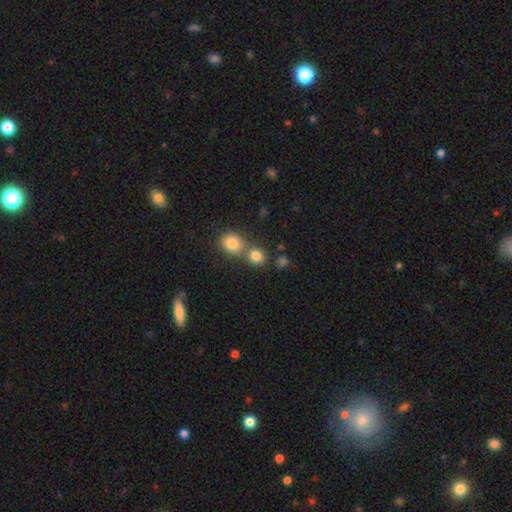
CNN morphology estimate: Smooth or featured? smooth (81%)
How rounded? round (78%)
Merging? none (52%)